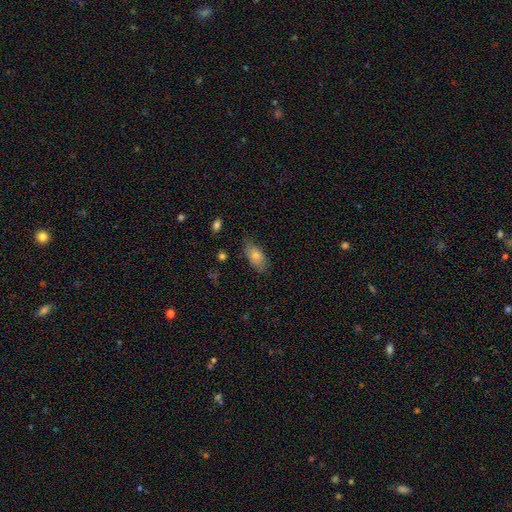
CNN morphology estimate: Q: Smooth or featured?
A: smooth (77%); runner-up: featured or disk (15%)
Q: How rounded?
A: in between (90%); runner-up: cigar-shaped (6%)
Q: Merging?
A: none (68%); runner-up: minor disturbance (24%)